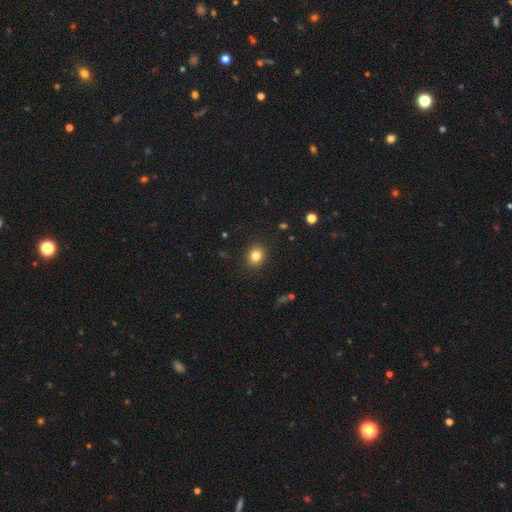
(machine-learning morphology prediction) smooth 82%, star or artifact 11%, featured or disk 7%. Down the decision tree: how rounded — round (66%); merging — none (89%).